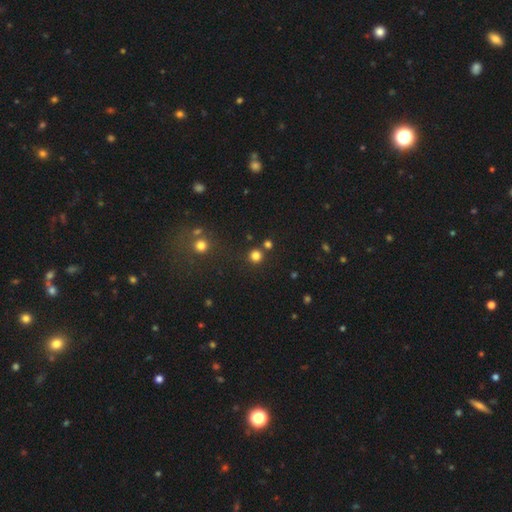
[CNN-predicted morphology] A smooth galaxy with no disk features (78%) that is round (94%).

Vote fractions:
- Smooth or featured? smooth: 78% / star or artifact: 18% / featured or disk: 4%
- How rounded? round: 94% / in between: 5% / cigar-shaped: 1%
- Merging? none: 83% / merger: 8% / minor disturbance: 6% / major disturbance: 3%